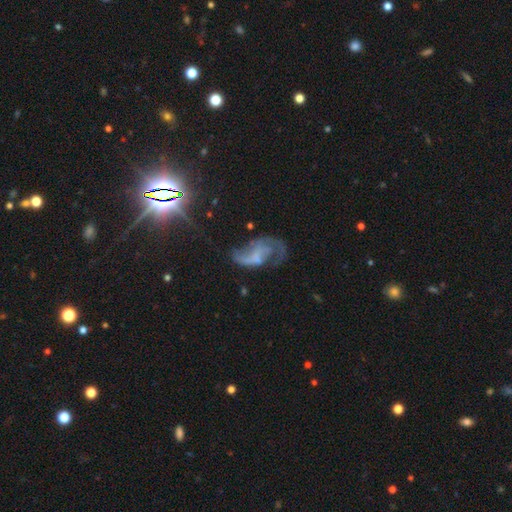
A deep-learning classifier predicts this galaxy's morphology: Smooth or featured? Predicted: featured or disk (p=0.68). Edge-on disk? Predicted: no (p=0.96). Bar? Predicted: no (p=0.57). Spiral arms? Predicted: yes (p=0.77). Spiral winding? Predicted: loose (p=0.58). Spiral arm count? Predicted: 2 (p=0.60). Bulge size? Predicted: none (p=0.61). Merging? Predicted: none (p=0.37).